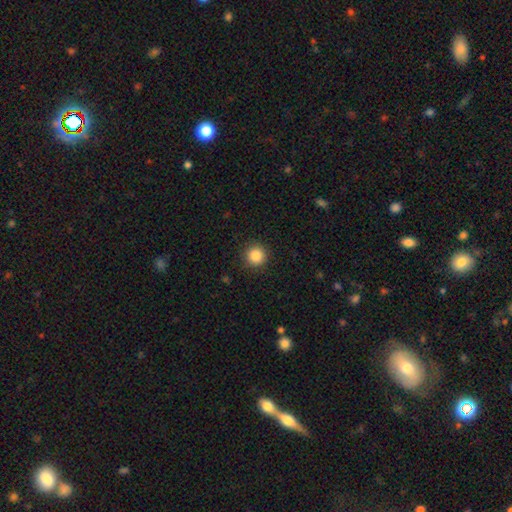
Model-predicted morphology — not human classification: Smooth or featured? smooth (85%)
How rounded? round (95%)
Merging? none (91%)